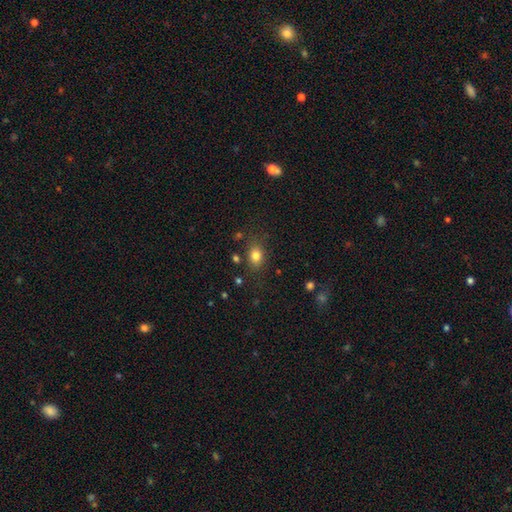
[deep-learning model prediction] Q: Smooth or featured?
A: smooth (80%); runner-up: star or artifact (12%)
Q: How rounded?
A: in between (65%); runner-up: round (34%)
Q: Merging?
A: none (77%); runner-up: minor disturbance (15%)